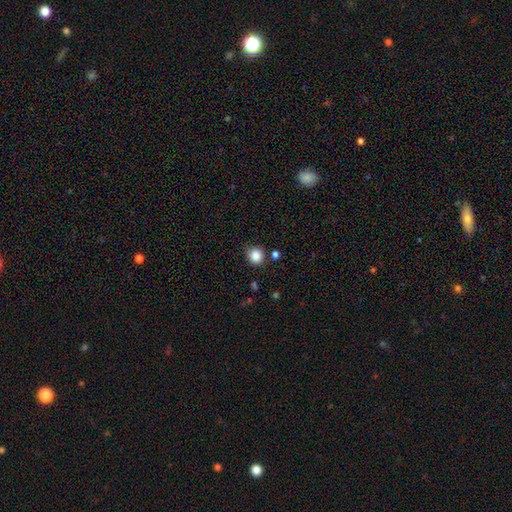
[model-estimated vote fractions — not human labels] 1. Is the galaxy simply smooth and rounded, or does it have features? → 86% smooth, 10% star or artifact, 3% featured or disk.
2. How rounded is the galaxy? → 89% round, 10% in between, 1% cigar-shaped.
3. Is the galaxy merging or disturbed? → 84% none, 10% minor disturbance, 4% merger, 3% major disturbance.